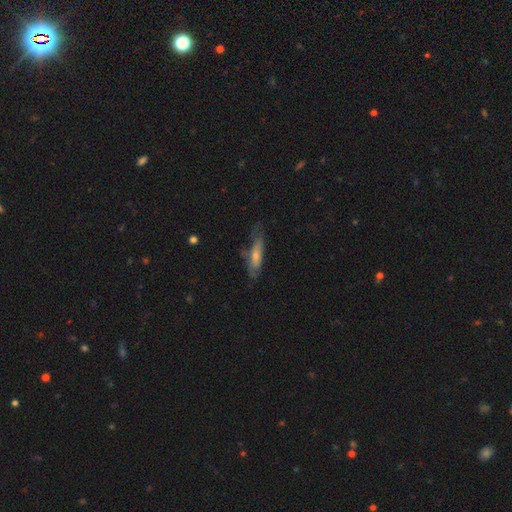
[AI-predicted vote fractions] smooth_or_featured: featured or disk (p=0.46) [tied with: smooth p=0.46]
merging: none (p=0.60) [alt: minor disturbance p=0.26]